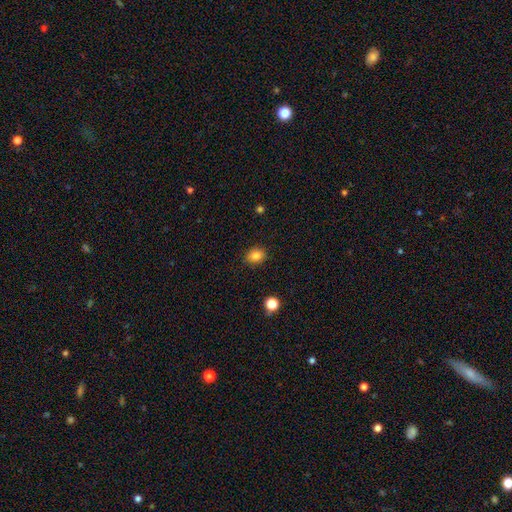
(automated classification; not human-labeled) Overall: smooth (83%). How rounded: round (51%; in between 48%). Merging: none (87%).